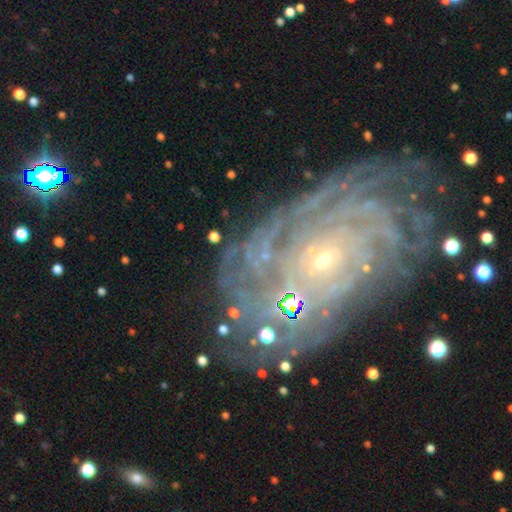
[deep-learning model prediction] A featured or disk galaxy (76%) with no bar (71%), tight (76%) spiral arms (90%) and a small central bulge (72%). Merging: none (66%).